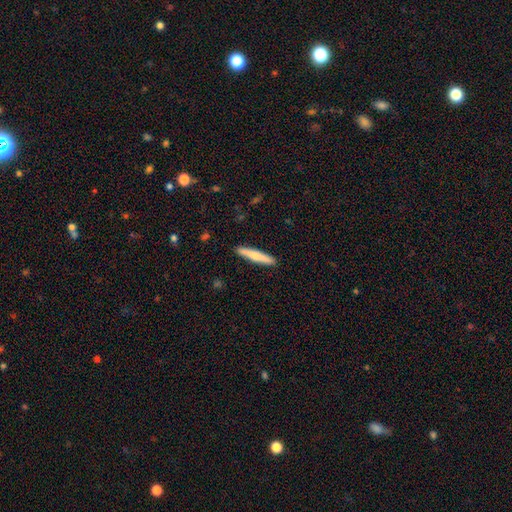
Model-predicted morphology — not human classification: This appears to be a smooth galaxy with no disk features (66%) that is cigar-shaped (93%). Merging: none (91%).